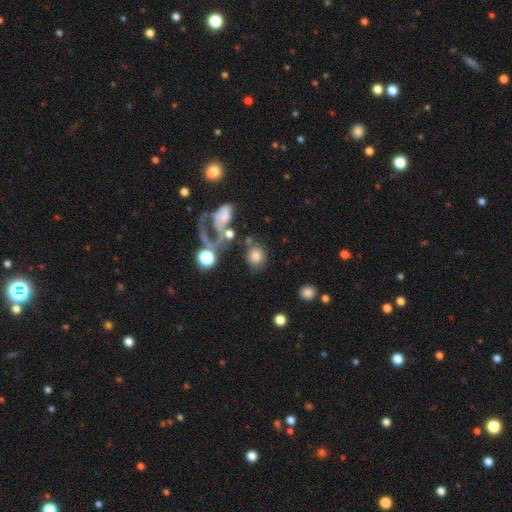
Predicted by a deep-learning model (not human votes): smooth 72%, featured or disk 16%, star or artifact 12%. Down the decision tree: how rounded — round (77%); merging — none (56%).